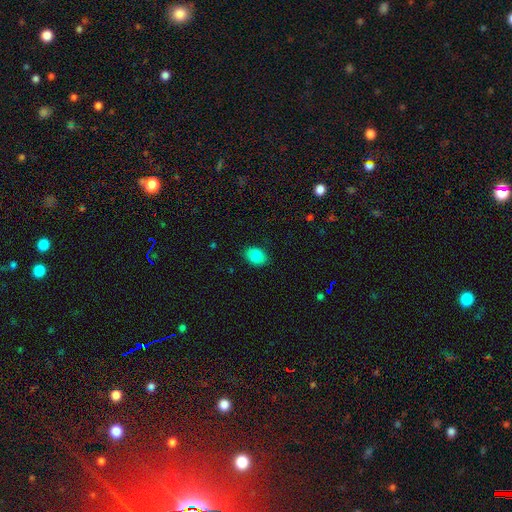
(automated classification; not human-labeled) Morphology: type=smooth (85%); roundness=in between (74%); merging=none (87%).